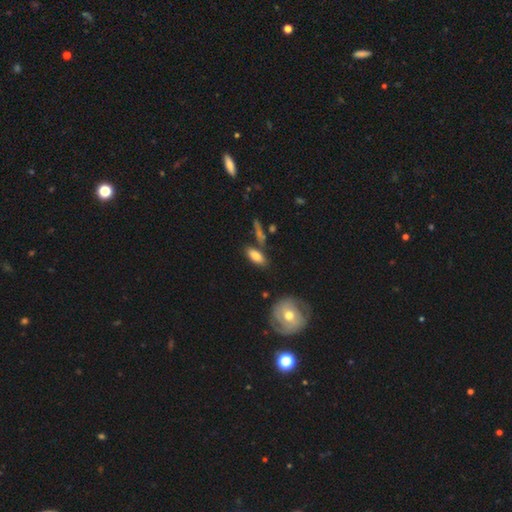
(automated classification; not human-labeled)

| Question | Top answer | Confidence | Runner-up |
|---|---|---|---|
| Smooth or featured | smooth | 79% | featured or disk (14%) |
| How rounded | in between | 83% | cigar-shaped (13%) |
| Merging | none | 72% | minor disturbance (15%) |